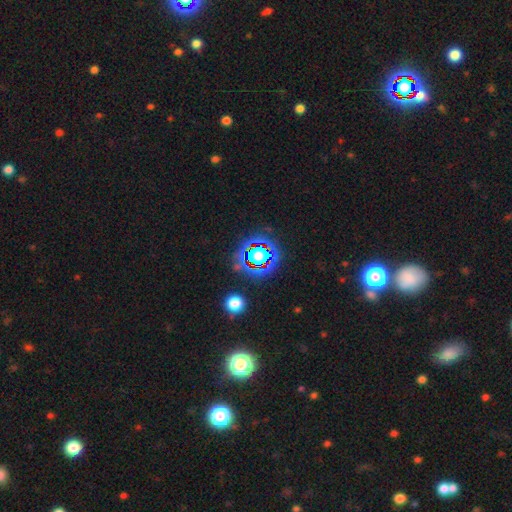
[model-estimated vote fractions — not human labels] Morphology: type=star or artifact (63%).